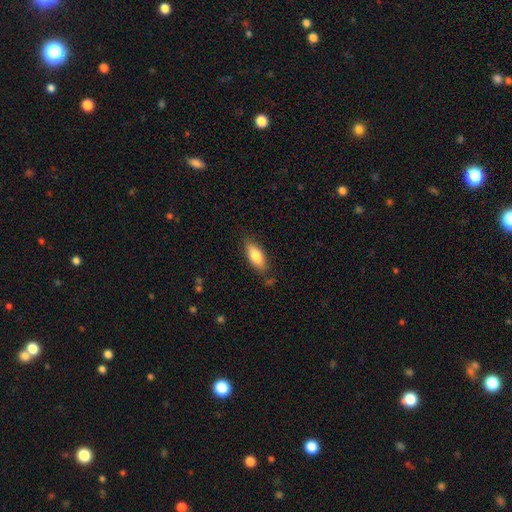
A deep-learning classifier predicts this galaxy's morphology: Smooth or featured? Predicted: smooth (p=0.79). How rounded? Predicted: in between (p=0.76). Merging? Predicted: none (p=0.78).